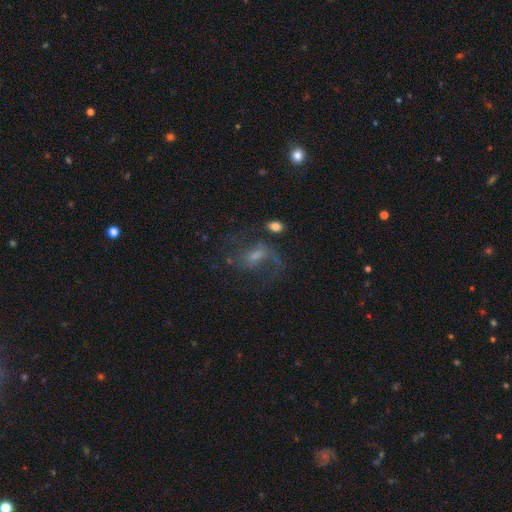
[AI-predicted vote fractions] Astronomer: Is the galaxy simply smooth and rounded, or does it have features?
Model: featured or disk — 62%.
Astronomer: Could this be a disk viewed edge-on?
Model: no — 96%.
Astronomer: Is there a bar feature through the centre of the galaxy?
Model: weak — 50% (runner-up: no, 34%).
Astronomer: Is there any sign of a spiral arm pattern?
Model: yes — 77%.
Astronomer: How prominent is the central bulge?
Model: small — 39% (runner-up: moderate, 36%).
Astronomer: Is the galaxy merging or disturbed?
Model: none — 44% (runner-up: major disturbance, 32%).